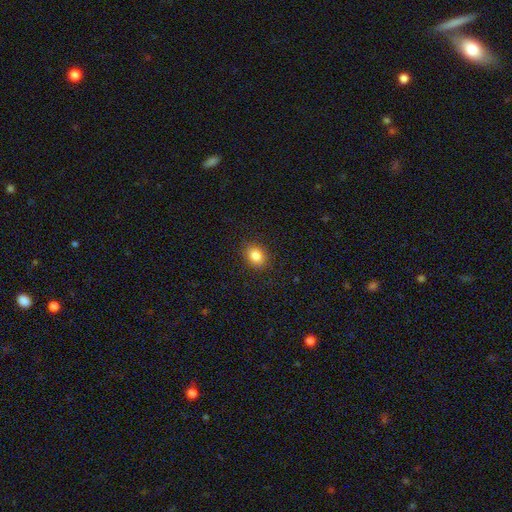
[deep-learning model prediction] smooth_or_featured: smooth (p=0.85) [alt: star or artifact p=0.09]
how_rounded: in between (p=0.63) [alt: round p=0.36]
merging: none (p=0.88) [alt: minor disturbance p=0.09]